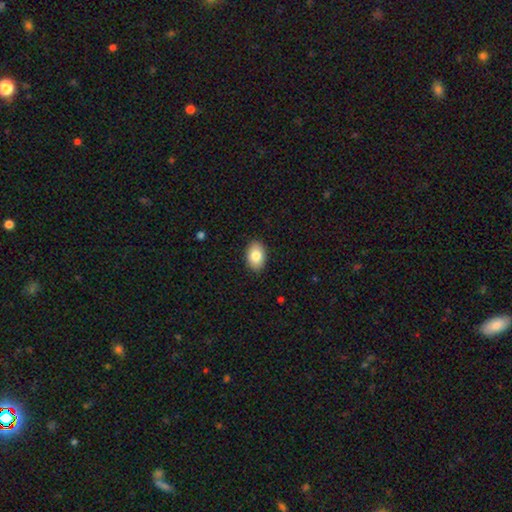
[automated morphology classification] Q: Smooth or featured?
A: smooth (83%); runner-up: featured or disk (10%)
Q: How rounded?
A: in between (87%); runner-up: round (12%)
Q: Merging?
A: none (89%); runner-up: minor disturbance (8%)